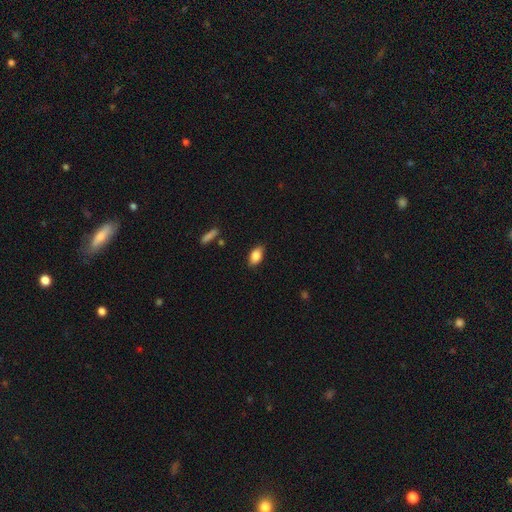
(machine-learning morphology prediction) A smooth galaxy with no disk features (85%) that is in between round and cigar-shaped (90%).

Vote fractions:
- Smooth or featured? smooth: 85% / featured or disk: 8% / star or artifact: 7%
- How rounded? in between: 90% / round: 6% / cigar-shaped: 4%
- Merging? none: 84% / minor disturbance: 12% / major disturbance: 2% / merger: 1%